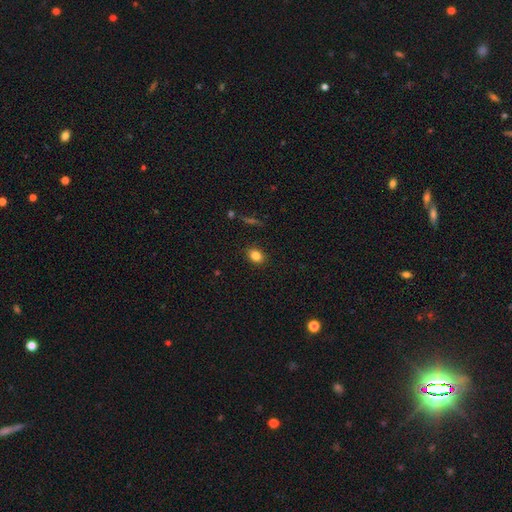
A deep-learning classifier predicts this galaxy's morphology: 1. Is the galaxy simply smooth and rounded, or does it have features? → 83% smooth, 11% star or artifact, 6% featured or disk.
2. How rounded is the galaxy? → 58% in between, 41% round, 1% cigar-shaped.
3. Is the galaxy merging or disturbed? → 87% none, 9% minor disturbance, 2% major disturbance, 1% merger.